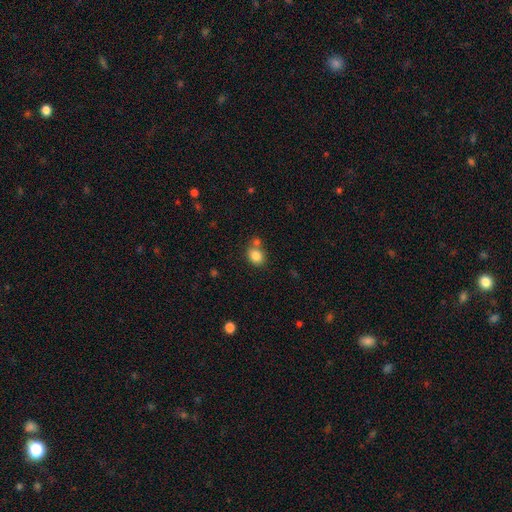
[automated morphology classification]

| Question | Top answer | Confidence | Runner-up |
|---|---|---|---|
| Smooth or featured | smooth | 84% | star or artifact (10%) |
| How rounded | round | 59% | in between (40%) |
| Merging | none | 59% | merger (25%) |